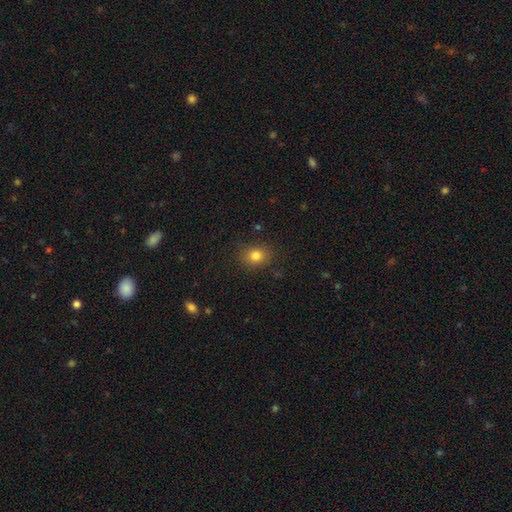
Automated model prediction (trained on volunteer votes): Smooth or featured? Predicted: smooth (p=0.81). How rounded? Predicted: round (p=0.63). Merging? Predicted: none (p=0.84).